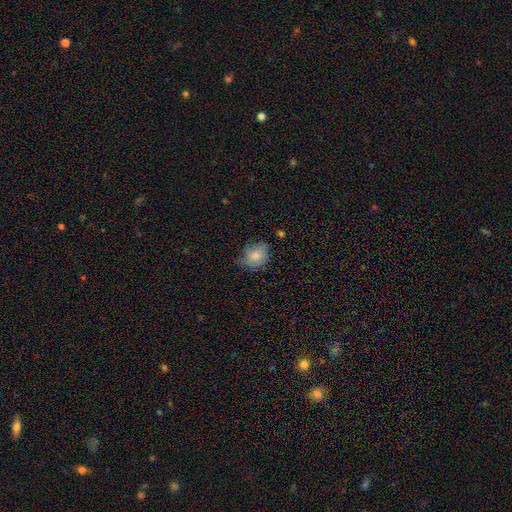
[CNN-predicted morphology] Smooth or featured: smooth — 75% (featured or disk — 16%)
How rounded: round — 57% (in between — 42%)
Merging: none — 63% (minor disturbance — 27%)